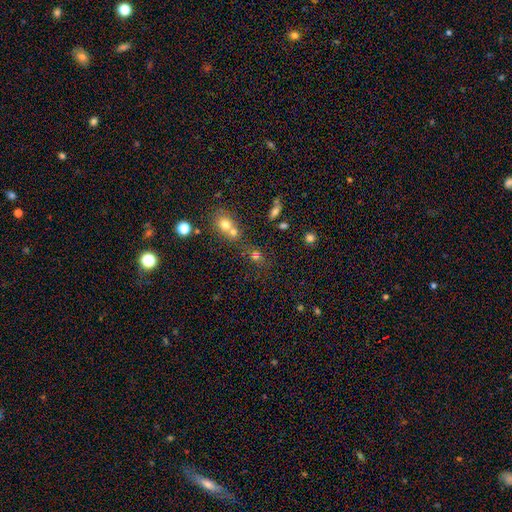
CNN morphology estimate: This appears to be a smooth galaxy with no disk features (64%) that is round (71%). Merging: none (51%).